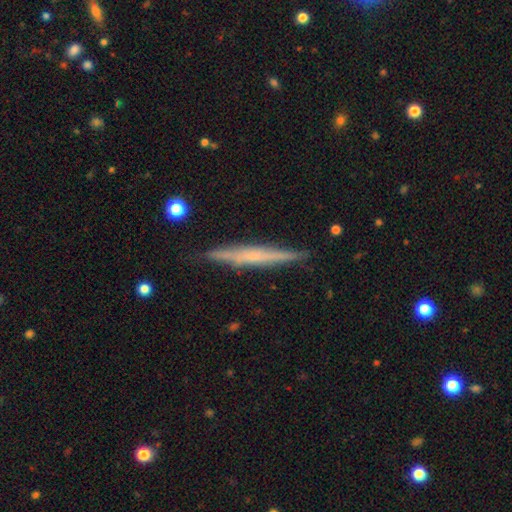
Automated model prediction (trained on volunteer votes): smooth-or-featured: featured or disk: 61% | smooth: 33% | star or artifact: 6%
  disk-edge-on: yes: 97% | no: 3%
    edge-on-bulge: none: 55% | rounded: 37% | boxy: 8%
  merging: none: 86% | minor disturbance: 10% | major disturbance: 2% | merger: 2%